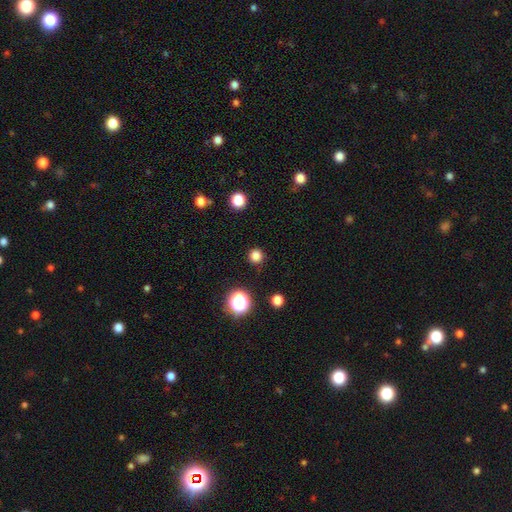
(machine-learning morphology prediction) Smooth or featured?
  - smooth: 80% *
  - star or artifact: 17%
  - featured or disk: 4%
How rounded?
  - round: 95% *
  - in between: 4%
  - cigar-shaped: 1%
Merging?
  - none: 89% *
  - minor disturbance: 7%
  - major disturbance: 3%
  - merger: 2%